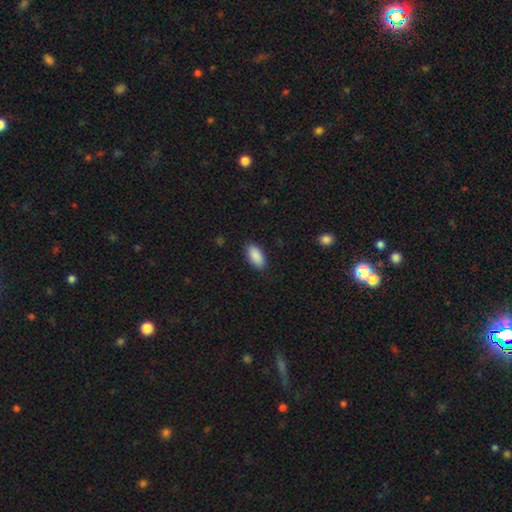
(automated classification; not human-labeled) Smooth or featured? Predicted: smooth (p=0.90). How rounded? Predicted: in between (p=0.91). Merging? Predicted: none (p=0.87).